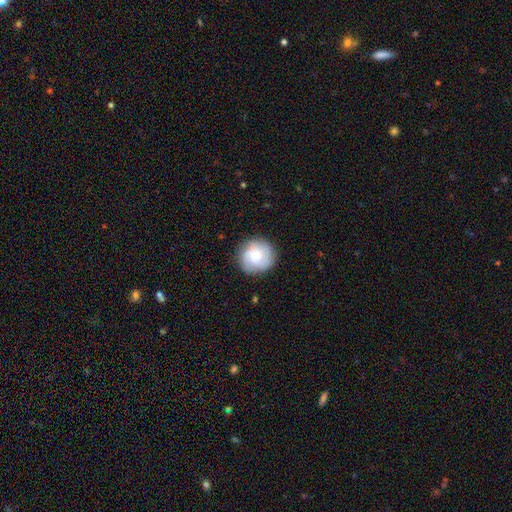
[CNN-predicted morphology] A smooth galaxy with no disk features (55%) that is round (93%). Merging: none (84%).